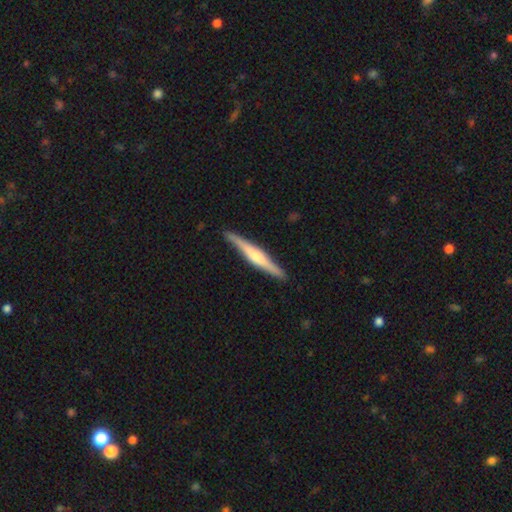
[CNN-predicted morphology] featured or disk 73%, smooth 22%, star or artifact 5%. Down the decision tree: edge-on disk — yes (98%); edge-on bulge — rounded (72%); merging — none (90%).